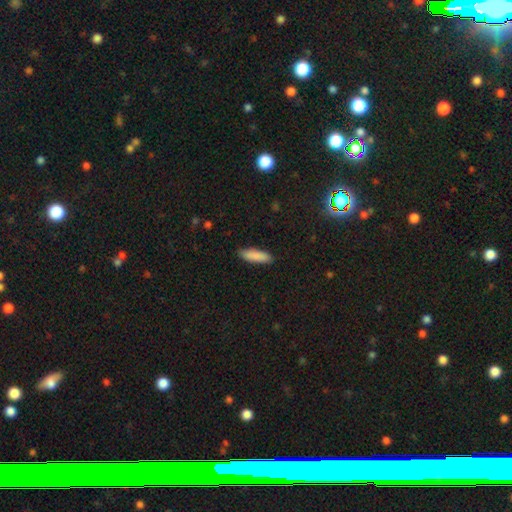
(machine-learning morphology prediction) type=smooth (88%); roundness=cigar-shaped (56%); merging=none (87%).